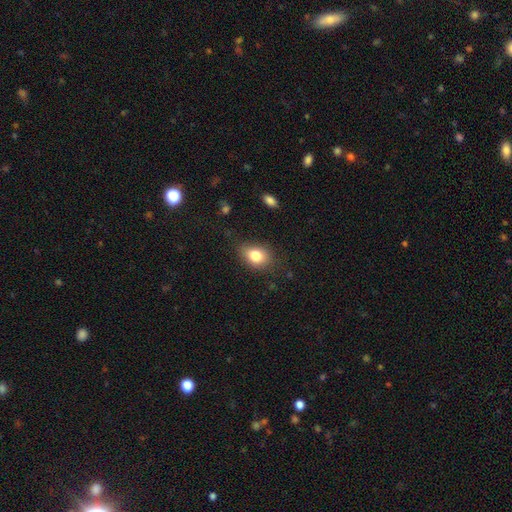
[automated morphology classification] A smooth galaxy with no disk features (80%) that is in between round and cigar-shaped (70%).

Vote fractions:
- Smooth or featured? smooth: 80% / featured or disk: 10% / star or artifact: 10%
- How rounded? in between: 70% / round: 28% / cigar-shaped: 1%
- Merging? none: 75% / minor disturbance: 18% / major disturbance: 5% / merger: 1%